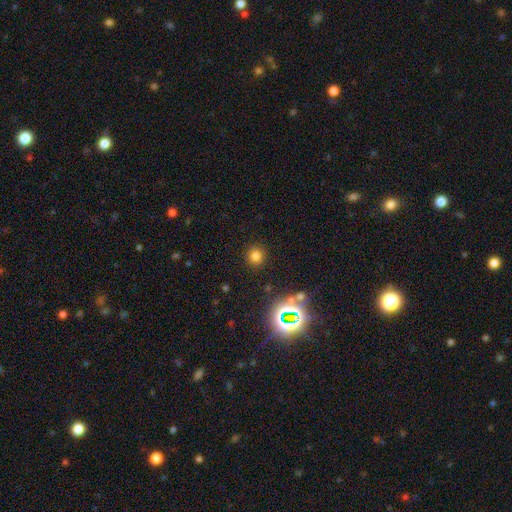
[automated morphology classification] Overall: smooth (73%). How rounded: round (91%). Merging: none (89%).